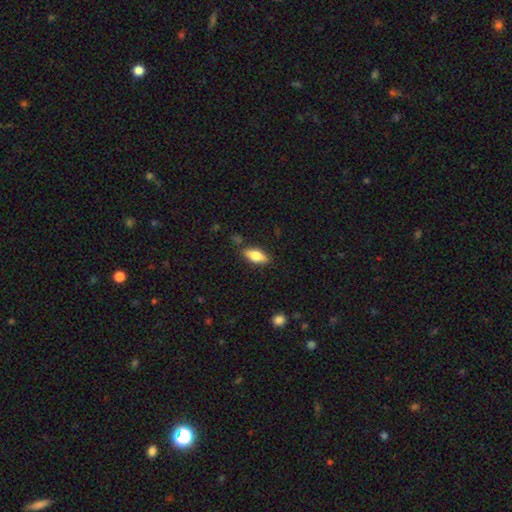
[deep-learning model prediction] Q: Smooth or featured?
A: smooth (70%); runner-up: featured or disk (23%)
Q: How rounded?
A: in between (78%); runner-up: cigar-shaped (19%)
Q: Merging?
A: none (83%); runner-up: minor disturbance (12%)